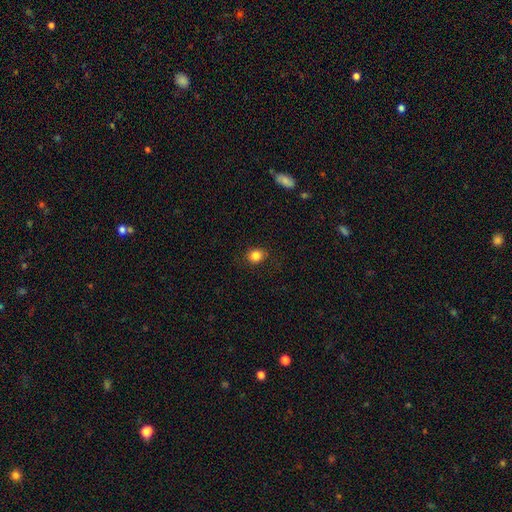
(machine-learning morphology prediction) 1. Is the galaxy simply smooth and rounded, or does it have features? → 84% smooth, 11% star or artifact, 5% featured or disk.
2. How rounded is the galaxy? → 77% round, 22% in between, 1% cigar-shaped.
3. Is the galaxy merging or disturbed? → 87% none, 9% minor disturbance, 3% major disturbance, 1% merger.